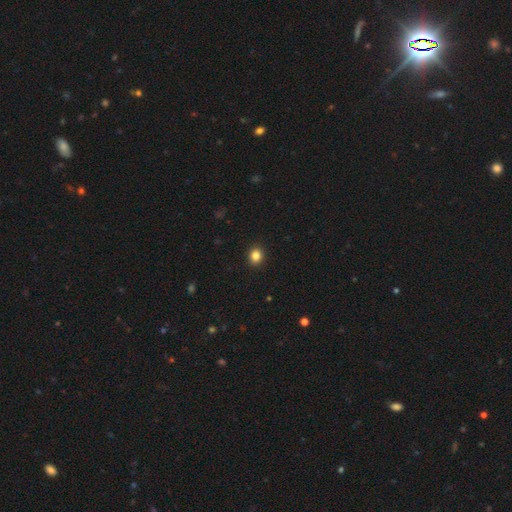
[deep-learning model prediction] Smooth or featured? Predicted: smooth (p=0.85). How rounded? Predicted: round (p=0.77). Merging? Predicted: none (p=0.92).